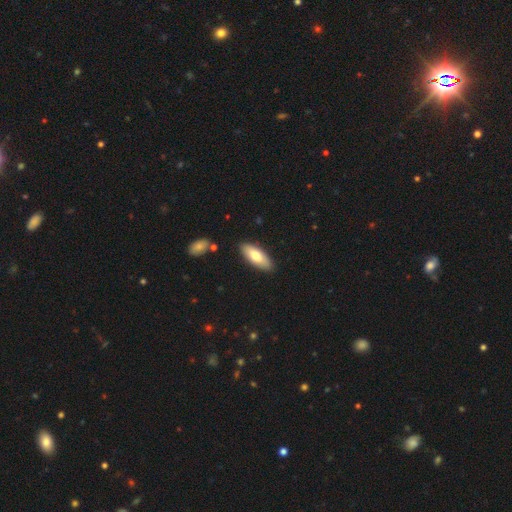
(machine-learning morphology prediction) Smooth or featured?
  - smooth: 71% *
  - featured or disk: 24%
  - star or artifact: 6%
How rounded?
  - in between: 71% *
  - cigar-shaped: 27%
  - round: 2%
Merging?
  - none: 87% *
  - minor disturbance: 9%
  - merger: 2%
  - major disturbance: 2%